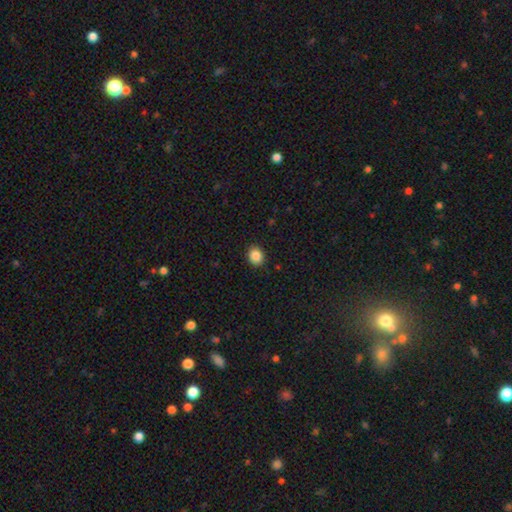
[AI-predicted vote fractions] smooth_or_featured: smooth (p=0.86) [alt: star or artifact p=0.10]
how_rounded: round (p=0.64) [alt: in between p=0.35]
merging: none (p=0.90) [alt: minor disturbance p=0.07]